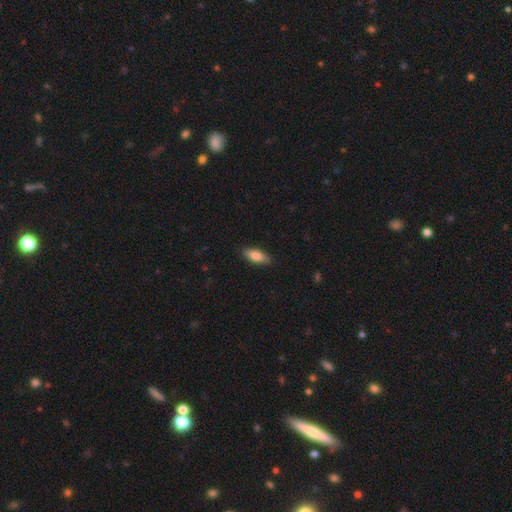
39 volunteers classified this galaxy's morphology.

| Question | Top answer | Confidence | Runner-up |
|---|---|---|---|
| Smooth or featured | smooth | 79% | featured or disk (18%) |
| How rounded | in between | 81% | cigar-shaped (16%) |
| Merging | none | 82% | minor disturbance (13%) |